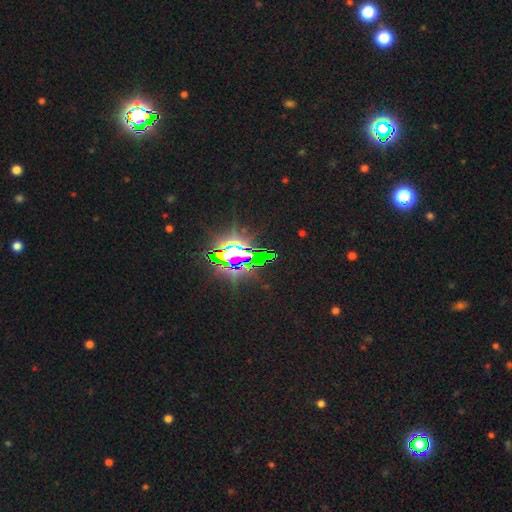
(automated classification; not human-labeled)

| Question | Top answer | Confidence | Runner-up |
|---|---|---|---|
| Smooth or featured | star or artifact | 83% | featured or disk (9%) |